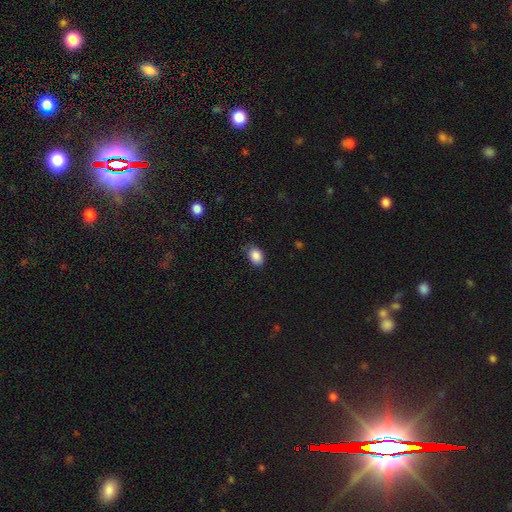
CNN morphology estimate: Smooth or featured? smooth (88%)
How rounded? in between (74%)
Merging? none (76%)